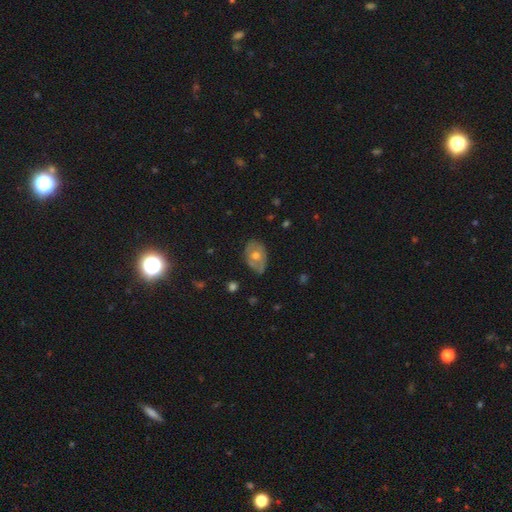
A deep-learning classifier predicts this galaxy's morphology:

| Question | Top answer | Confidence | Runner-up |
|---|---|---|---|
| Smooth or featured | smooth | 47% | featured or disk (44%) |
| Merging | none | 66% | minor disturbance (26%) |